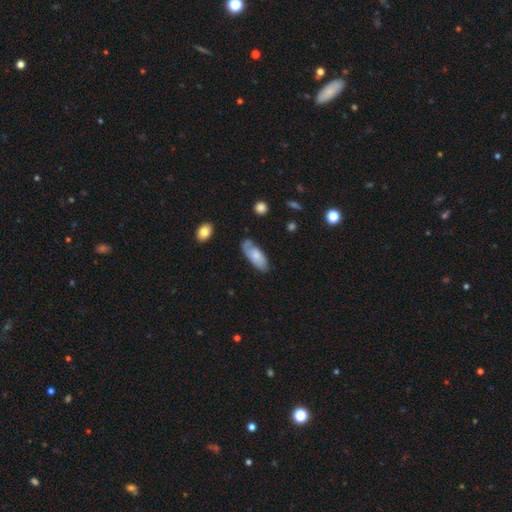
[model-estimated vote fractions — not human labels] A smooth galaxy with no disk features (65%) that is in between round and cigar-shaped (82%).

Vote fractions:
- Smooth or featured? smooth: 65% / featured or disk: 29% / star or artifact: 6%
- How rounded? in between: 82% / cigar-shaped: 16% / round: 2%
- Merging? none: 58% / minor disturbance: 29% / major disturbance: 9% / merger: 4%